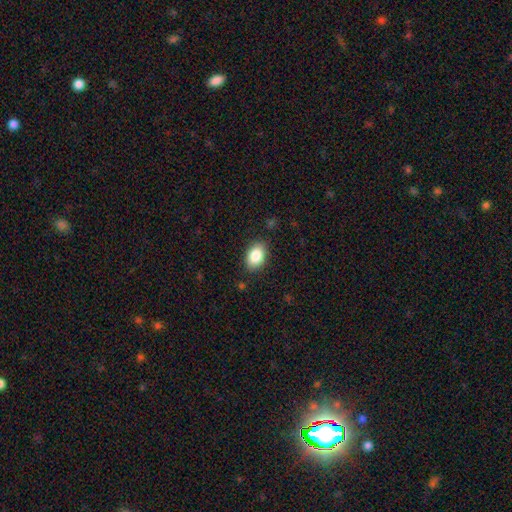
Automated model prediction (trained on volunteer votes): A smooth galaxy with no disk features (86%) that is in between round and cigar-shaped (86%).

Vote fractions:
- Smooth or featured? smooth: 86% / star or artifact: 8% / featured or disk: 6%
- How rounded? in between: 86% / round: 13% / cigar-shaped: 1%
- Merging? none: 86% / minor disturbance: 10% / major disturbance: 2% / merger: 1%